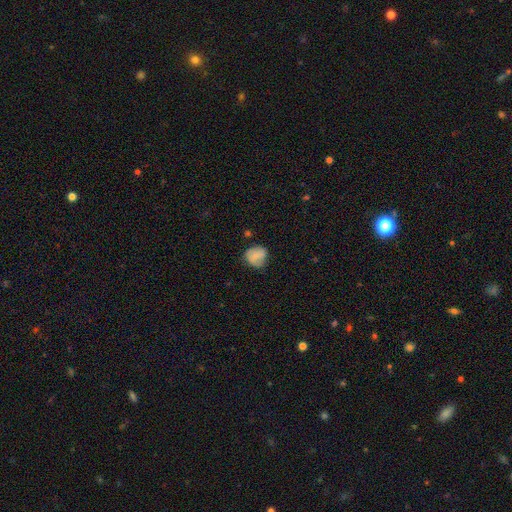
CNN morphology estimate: A smooth galaxy with no disk features (67%) that is round (71%). Merging: none (53%).